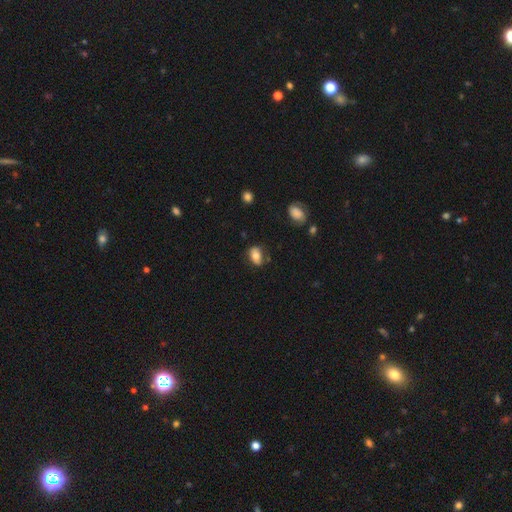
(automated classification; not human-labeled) Q: Smooth or featured?
A: smooth (76%); runner-up: featured or disk (16%)
Q: How rounded?
A: in between (86%); runner-up: round (12%)
Q: Merging?
A: none (73%); runner-up: minor disturbance (20%)